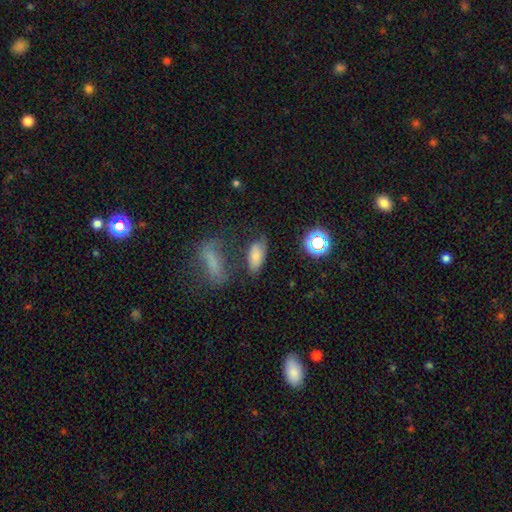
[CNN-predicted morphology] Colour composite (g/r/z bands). It shows a smooth galaxy with no disk features (69%) that is in between round and cigar-shaped (89%). Merging: none (58%).